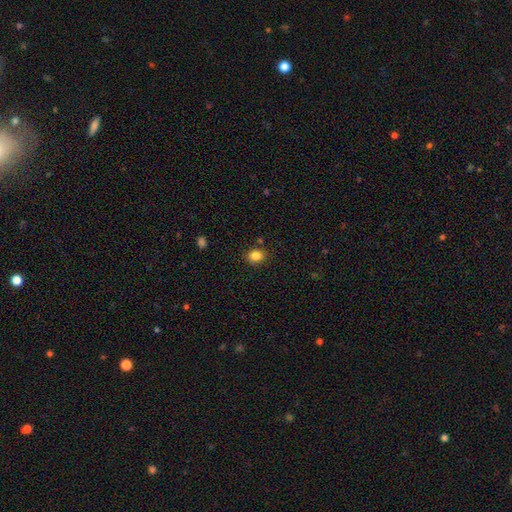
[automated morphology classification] This is clearly a smooth galaxy (84%). How rounded: possibly round (57%). Merging: clearly none (86%).